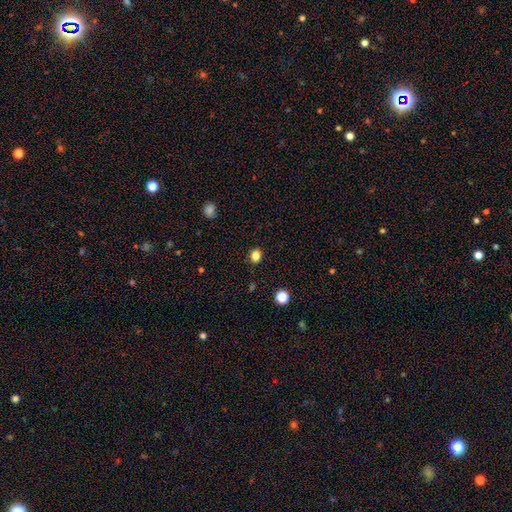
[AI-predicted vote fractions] smooth_or_featured: smooth (p=0.83) [alt: star or artifact p=0.12]
how_rounded: round (p=0.61) [alt: in between p=0.38]
merging: none (p=0.88) [alt: minor disturbance p=0.08]